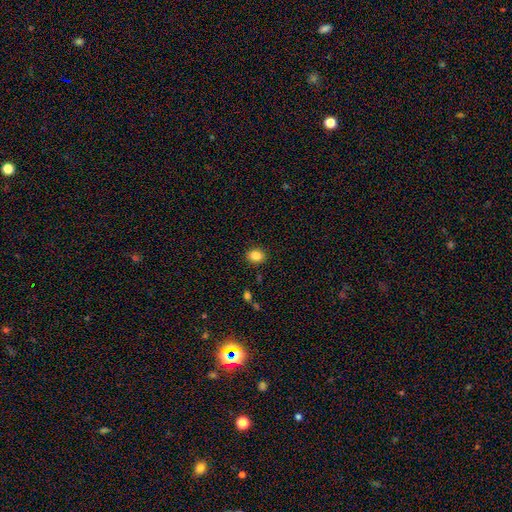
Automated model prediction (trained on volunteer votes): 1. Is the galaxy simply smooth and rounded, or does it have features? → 85% smooth, 10% star or artifact, 5% featured or disk.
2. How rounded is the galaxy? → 52% in between, 47% round, 1% cigar-shaped.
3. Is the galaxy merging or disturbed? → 89% none, 8% minor disturbance, 2% major disturbance, 1% merger.